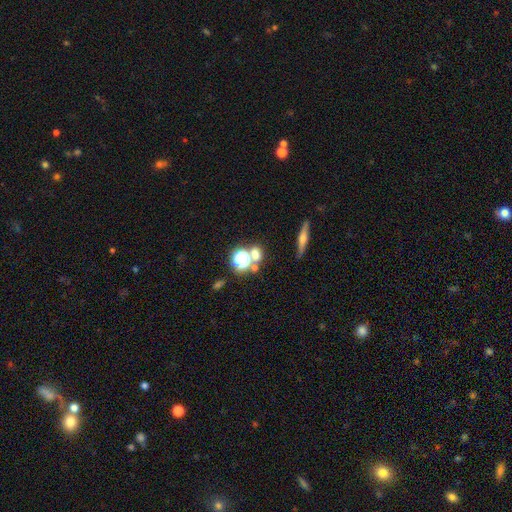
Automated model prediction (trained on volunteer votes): Smooth or featured?
  - smooth: 54% *
  - star or artifact: 33%
  - featured or disk: 13%
How rounded?
  - round: 72% *
  - in between: 23%
  - cigar-shaped: 5%
Merging?
  - none: 65% *
  - merger: 23%
  - minor disturbance: 8%
  - major disturbance: 4%